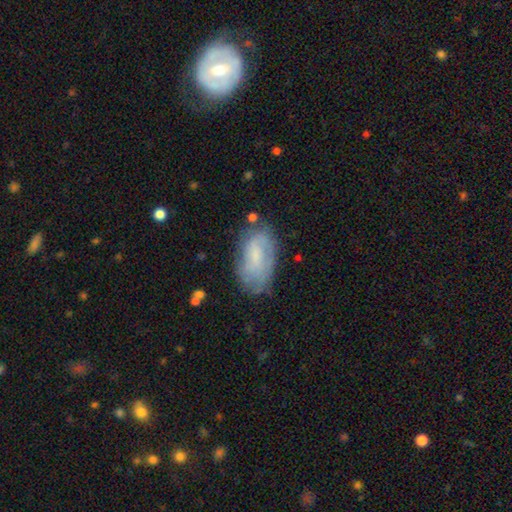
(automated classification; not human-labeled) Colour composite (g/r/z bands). It shows a smooth galaxy with no disk features (52%) that is in between round and cigar-shaped (93%). Merging: none (64%).